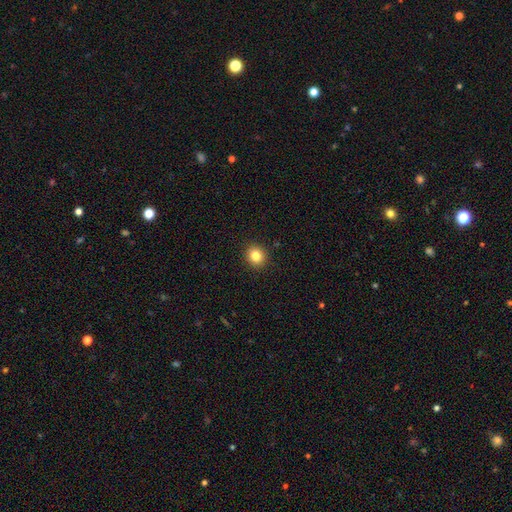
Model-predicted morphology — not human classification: type=smooth (83%); roundness=round (85%); merging=none (92%).